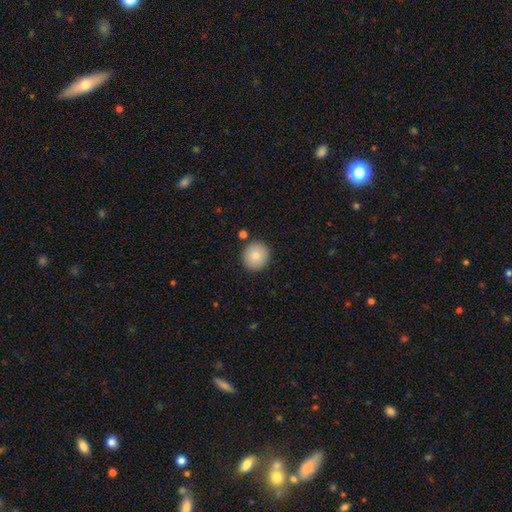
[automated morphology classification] A smooth galaxy with no disk features (85%) that is round (93%).

Vote fractions:
- Smooth or featured? smooth: 85% / star or artifact: 8% / featured or disk: 7%
- How rounded? round: 93% / in between: 6% / cigar-shaped: 1%
- Merging? none: 88% / minor disturbance: 7% / merger: 3% / major disturbance: 2%